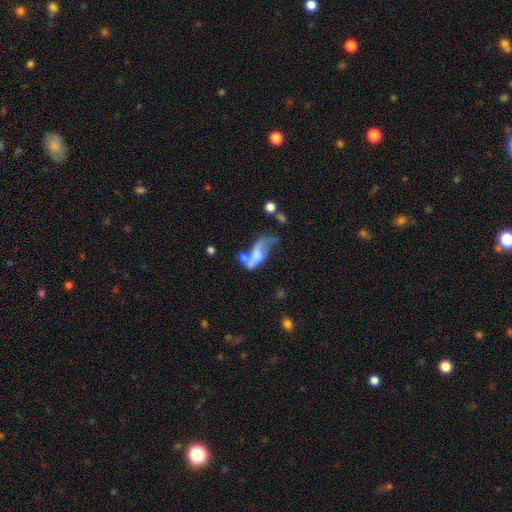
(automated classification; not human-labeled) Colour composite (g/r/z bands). It shows a featured or disk galaxy (53%). Merging: merger (33%).